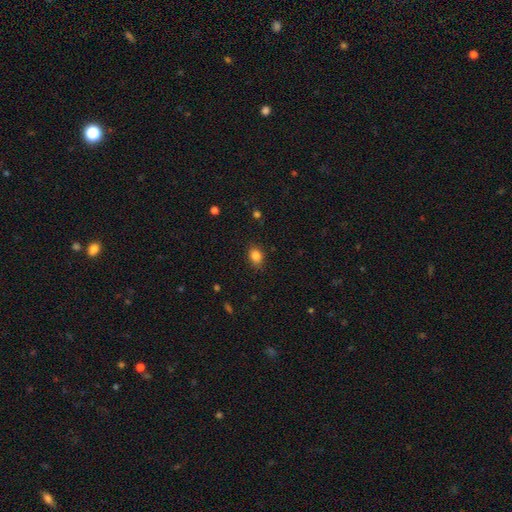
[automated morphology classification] The model was most divided on "how rounded": in between: 66%, round: 33%, cigar-shaped: 1%. More confident: smooth or featured — smooth (85%); merging — none (83%).